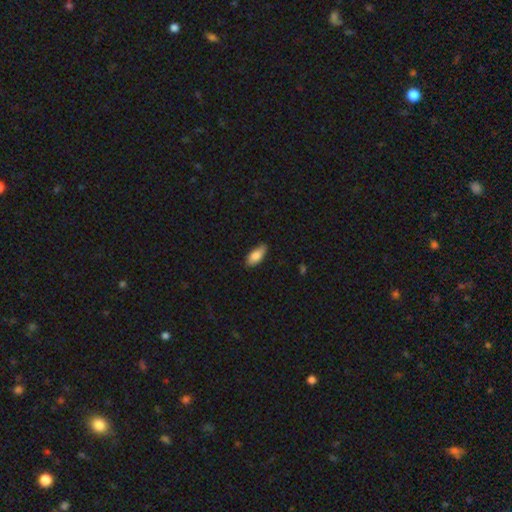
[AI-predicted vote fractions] This appears to be a smooth galaxy with no disk features (83%) that is in between round and cigar-shaped (85%). Merging: none (80%).